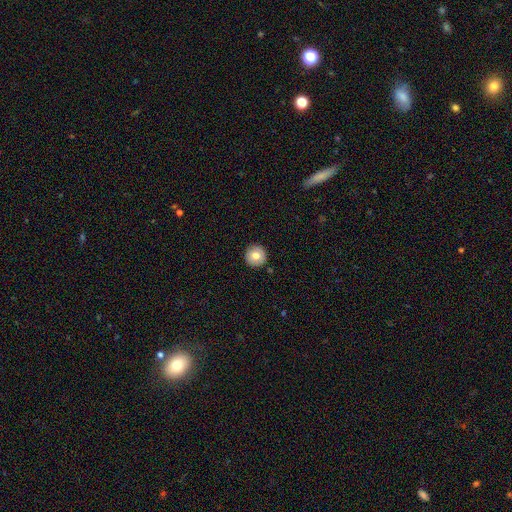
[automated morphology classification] The model was most divided on "smooth or featured": smooth: 76%, featured or disk: 15%, star or artifact: 8%. More confident: how rounded — round (96%); merging — none (92%).